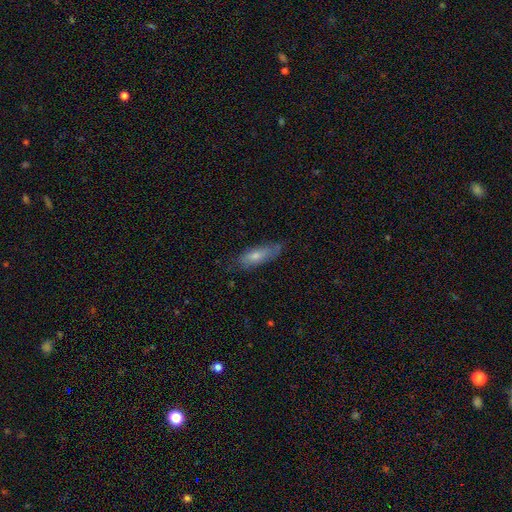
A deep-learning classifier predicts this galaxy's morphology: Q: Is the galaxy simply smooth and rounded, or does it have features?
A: smooth — 57%.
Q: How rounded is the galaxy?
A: in between — 49%.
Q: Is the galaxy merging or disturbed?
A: none — 71%.